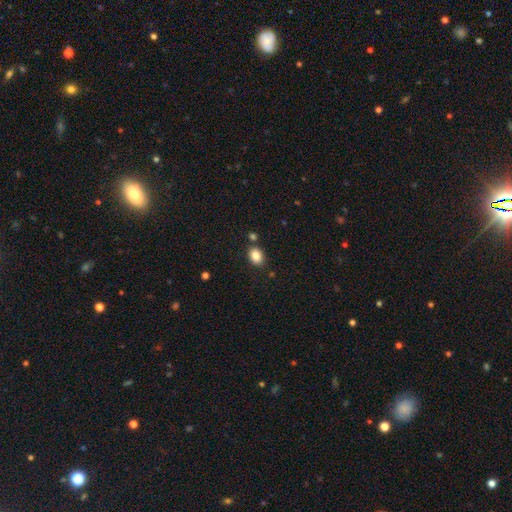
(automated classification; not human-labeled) Smooth or featured?
  - smooth: 86% *
  - star or artifact: 9%
  - featured or disk: 5%
How rounded?
  - in between: 72% *
  - round: 27%
  - cigar-shaped: 1%
Merging?
  - none: 79% *
  - minor disturbance: 11%
  - merger: 7%
  - major disturbance: 3%